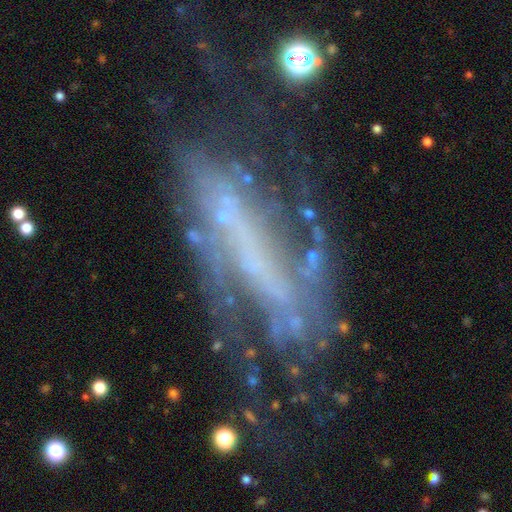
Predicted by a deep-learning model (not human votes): Q: Smooth or featured?
A: featured or disk (74%); runner-up: smooth (14%)
Q: Edge-on disk?
A: no (81%); runner-up: yes (19%)
Q: Bar?
A: no (39%); runner-up: strong (35%)
Q: Spiral arms?
A: yes (63%); runner-up: no (37%)
Q: Bulge size?
A: none (56%); runner-up: small (30%)
Q: Merging?
A: none (46%); runner-up: major disturbance (27%)